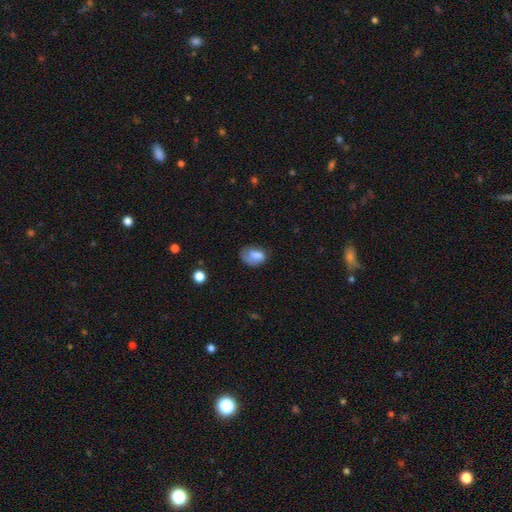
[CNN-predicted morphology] type=smooth (74%); roundness=in between (78%); merging=none (42%).